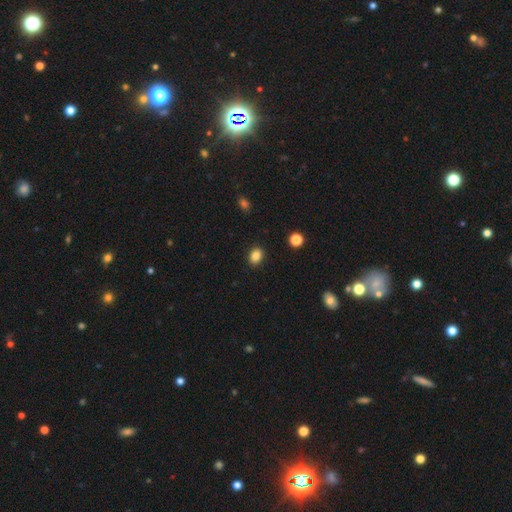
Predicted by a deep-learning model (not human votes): Q: Smooth or featured?
A: smooth (86%); runner-up: star or artifact (10%)
Q: How rounded?
A: in between (67%); runner-up: round (32%)
Q: Merging?
A: none (89%); runner-up: minor disturbance (8%)